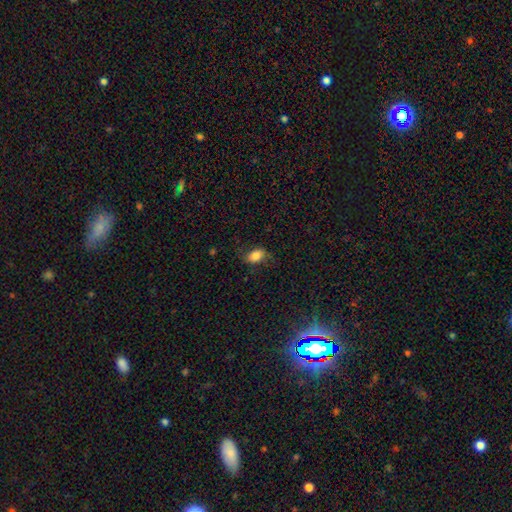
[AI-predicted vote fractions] Morphology: type=smooth (74%); roundness=in between (85%); merging=none (67%).